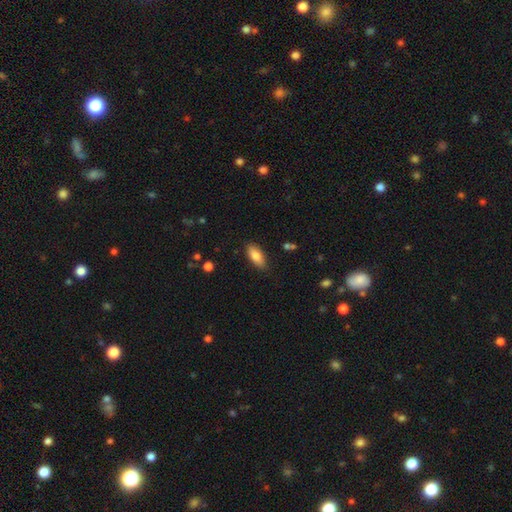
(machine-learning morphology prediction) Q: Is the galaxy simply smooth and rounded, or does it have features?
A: smooth — 82%.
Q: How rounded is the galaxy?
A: in between — 84%.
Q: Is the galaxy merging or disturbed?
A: none — 85%.